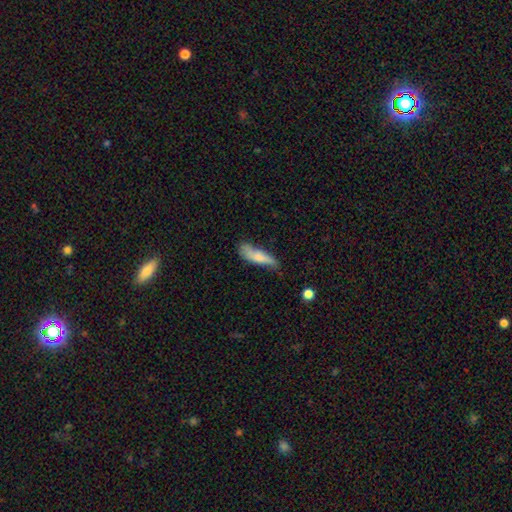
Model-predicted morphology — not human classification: Q: Smooth or featured?
A: smooth (66%); runner-up: featured or disk (27%)
Q: How rounded?
A: cigar-shaped (67%); runner-up: in between (31%)
Q: Merging?
A: none (51%); runner-up: minor disturbance (33%)